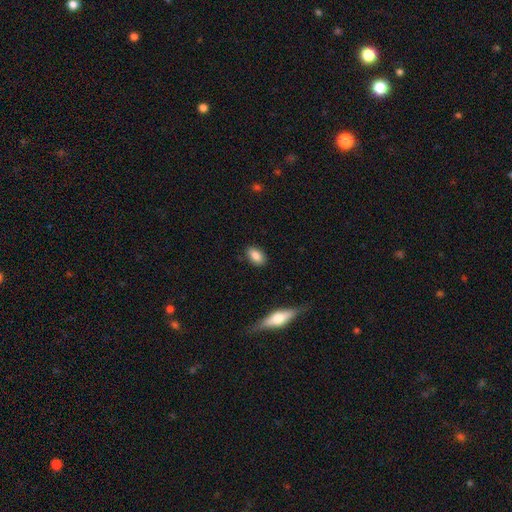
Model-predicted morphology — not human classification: A smooth galaxy with no disk features (84%) that is in between round and cigar-shaped (88%).

Vote fractions:
- Smooth or featured? smooth: 84% / featured or disk: 8% / star or artifact: 8%
- How rounded? in between: 88% / round: 8% / cigar-shaped: 4%
- Merging? none: 85% / minor disturbance: 11% / major disturbance: 2% / merger: 1%